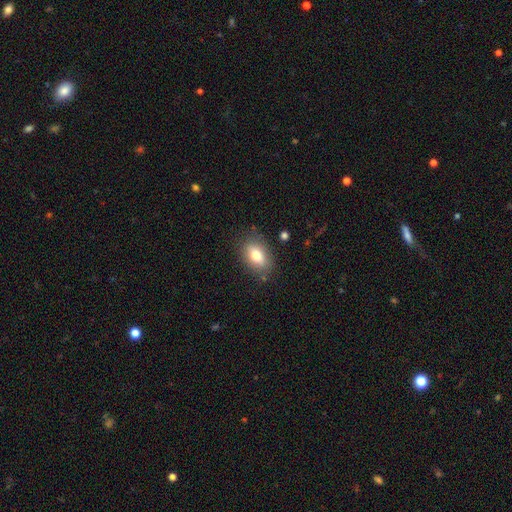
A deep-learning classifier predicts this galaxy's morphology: A smooth galaxy with no disk features (75%) that is in between round and cigar-shaped (83%).

Vote fractions:
- Smooth or featured? smooth: 75% / featured or disk: 16% / star or artifact: 9%
- How rounded? in between: 83% / round: 14% / cigar-shaped: 3%
- Merging? none: 81% / minor disturbance: 13% / major disturbance: 4% / merger: 2%